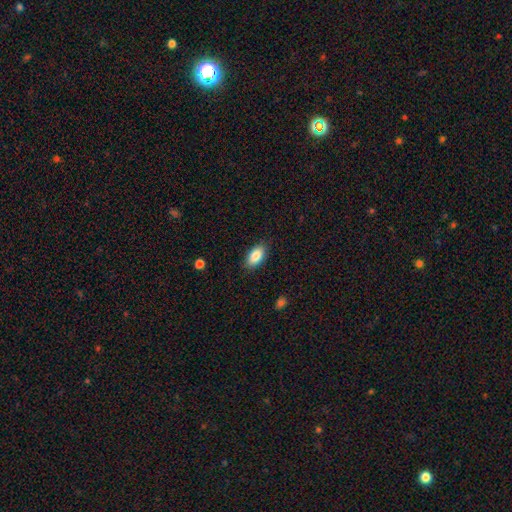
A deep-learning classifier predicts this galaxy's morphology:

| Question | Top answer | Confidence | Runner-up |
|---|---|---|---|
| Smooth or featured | smooth | 87% | star or artifact (7%) |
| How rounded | in between | 93% | round (4%) |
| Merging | none | 85% | minor disturbance (11%) |